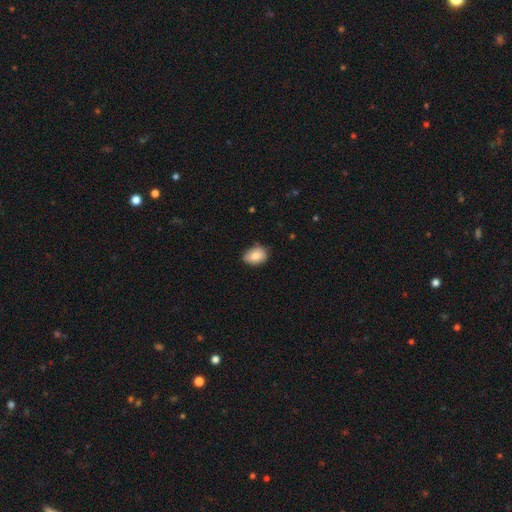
A smooth galaxy with no disk features (89%) that is in between round and cigar-shaped (82%). Merging: none (78%).